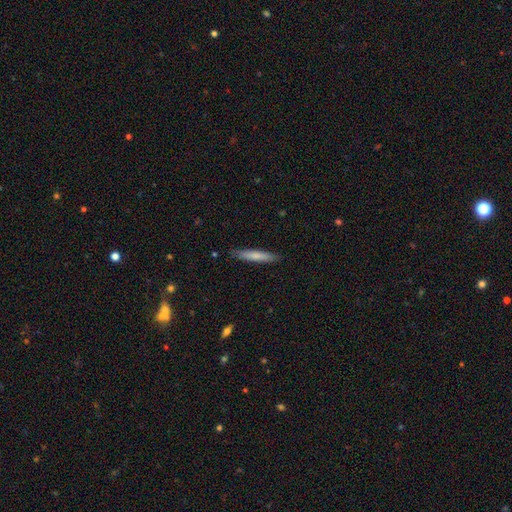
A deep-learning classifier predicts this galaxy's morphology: Smooth or featured: smooth — 73% (featured or disk — 22%)
How rounded: cigar-shaped — 91% (in between — 7%)
Merging: none — 88% (minor disturbance — 10%)